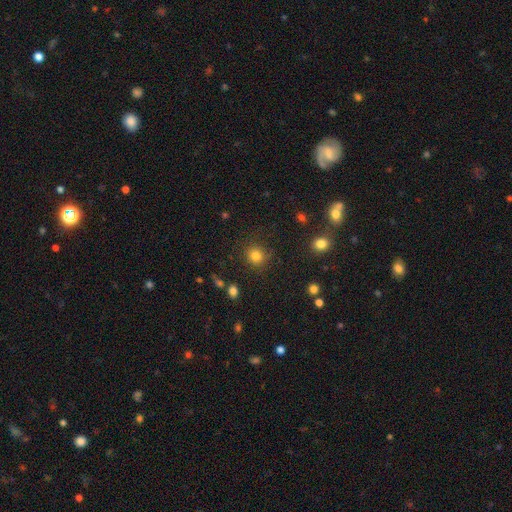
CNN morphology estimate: Smooth or featured? smooth (82%)
How rounded? round (90%)
Merging? none (86%)